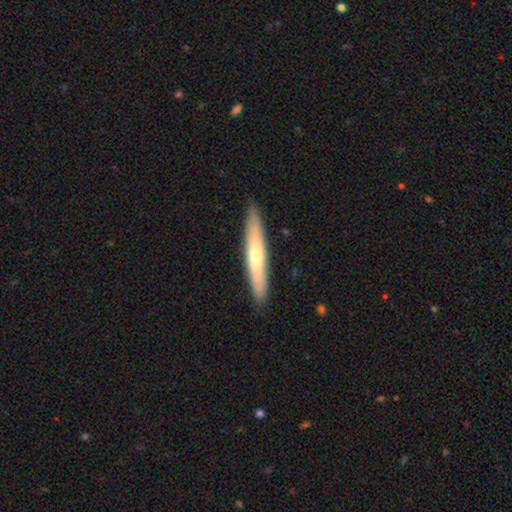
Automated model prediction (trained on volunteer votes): smooth 58%, featured or disk 37%, star or artifact 5%. Down the decision tree: how rounded — cigar-shaped (93%); merging — none (90%).